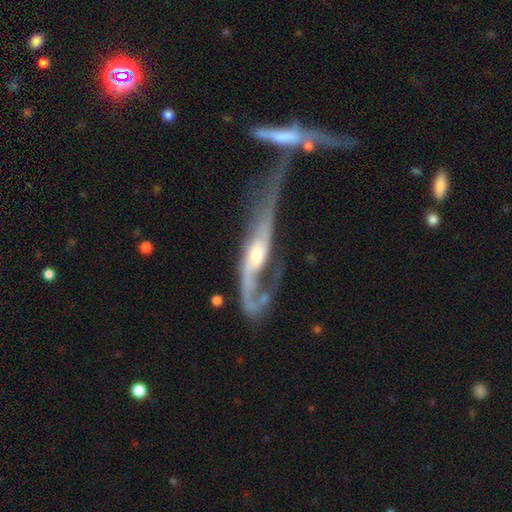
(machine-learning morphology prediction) The model was most divided on "merging": merger: 39%, major disturbance: 30%, none: 19%, minor disturbance: 12%. More confident: spiral arms — yes (86%); smooth or featured — featured or disk (83%); edge-on disk — no (69%); bulge size — moderate (56%); bar — no (54%).